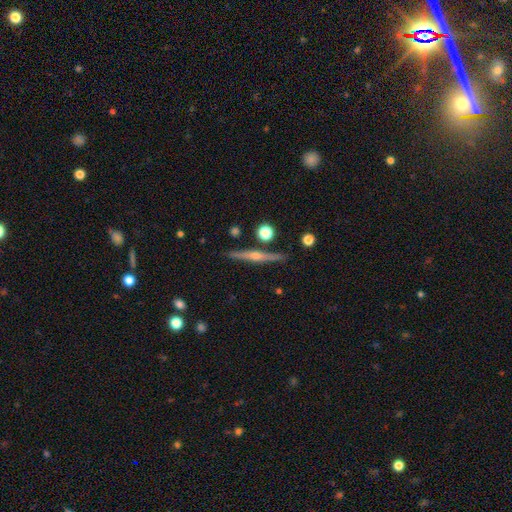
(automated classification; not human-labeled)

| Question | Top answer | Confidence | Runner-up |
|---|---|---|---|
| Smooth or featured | featured or disk | 77% | smooth (17%) |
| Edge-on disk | yes | 98% | no (2%) |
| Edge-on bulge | rounded | 87% | none (8%) |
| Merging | none | 90% | minor disturbance (7%) |